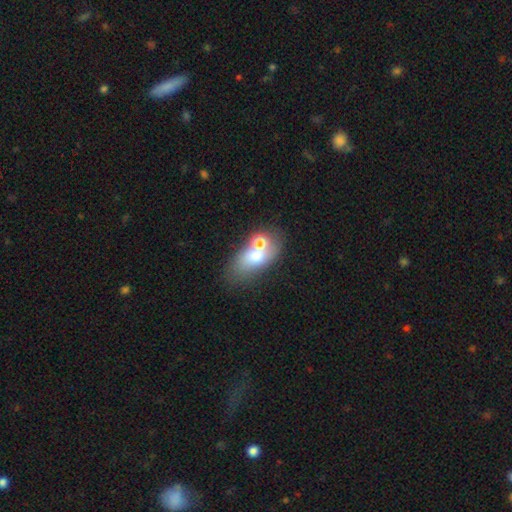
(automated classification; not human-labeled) A smooth galaxy with no disk features (63%) that is in between round and cigar-shaped (79%). Merging: none (47%).